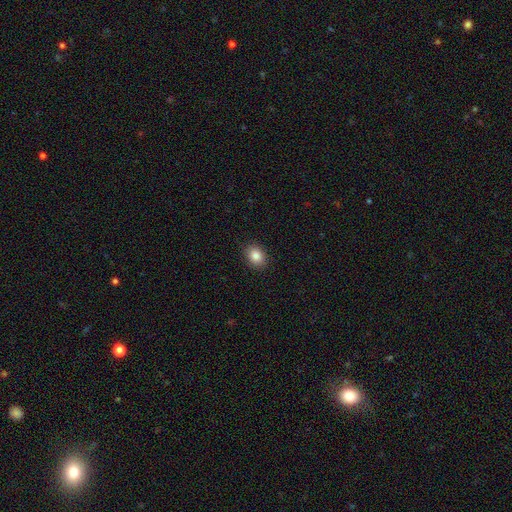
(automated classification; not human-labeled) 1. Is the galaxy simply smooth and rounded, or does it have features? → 86% smooth, 9% star or artifact, 5% featured or disk.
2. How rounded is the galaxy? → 57% in between, 42% round, 1% cigar-shaped.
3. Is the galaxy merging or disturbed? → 90% none, 7% minor disturbance, 2% major disturbance, 1% merger.